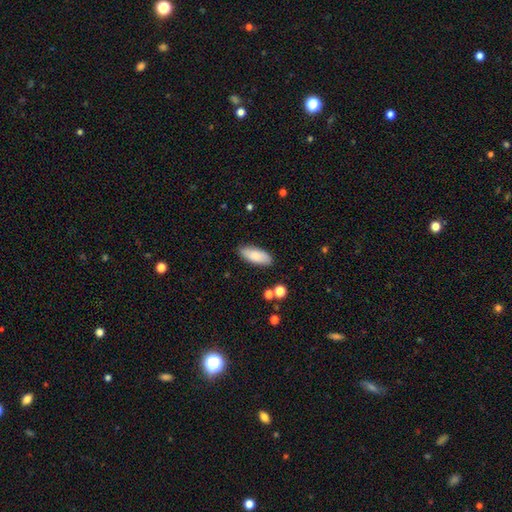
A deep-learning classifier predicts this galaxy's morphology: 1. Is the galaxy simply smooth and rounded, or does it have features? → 83% smooth, 11% featured or disk, 6% star or artifact.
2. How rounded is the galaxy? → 81% in between, 17% cigar-shaped, 2% round.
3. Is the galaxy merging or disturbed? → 84% none, 12% minor disturbance, 2% major disturbance, 2% merger.